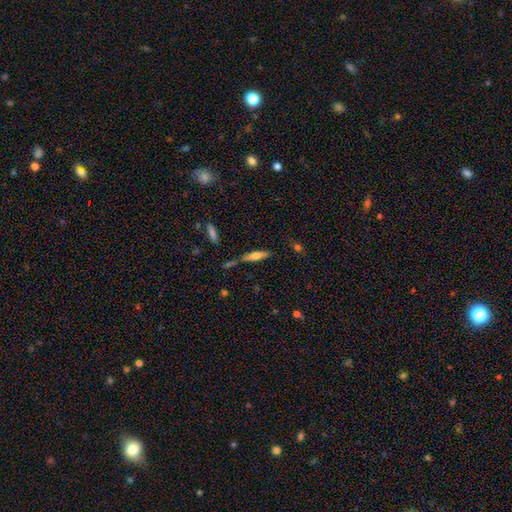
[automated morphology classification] A smooth galaxy with no disk features (59%) that is cigar-shaped (77%).

Vote fractions:
- Smooth or featured? smooth: 59% / featured or disk: 33% / star or artifact: 8%
- How rounded? cigar-shaped: 77% / in between: 21% / round: 2%
- Merging? none: 65% / minor disturbance: 20% / merger: 9% / major disturbance: 6%